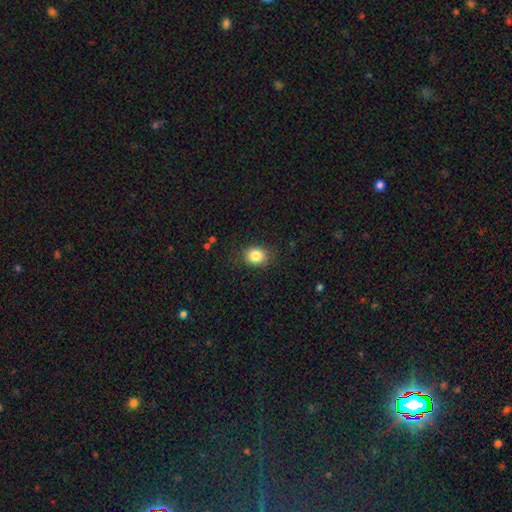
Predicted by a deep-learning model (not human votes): Smooth or featured?
  - smooth: 84% *
  - star or artifact: 10%
  - featured or disk: 6%
How rounded?
  - round: 62% *
  - in between: 37%
  - cigar-shaped: 1%
Merging?
  - none: 85% *
  - minor disturbance: 11%
  - major disturbance: 3%
  - merger: 1%